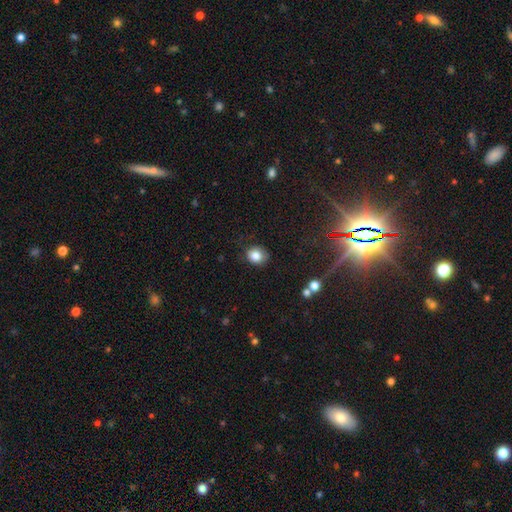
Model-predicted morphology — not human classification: A smooth galaxy with no disk features (82%) that is round (70%). Merging: none (77%).